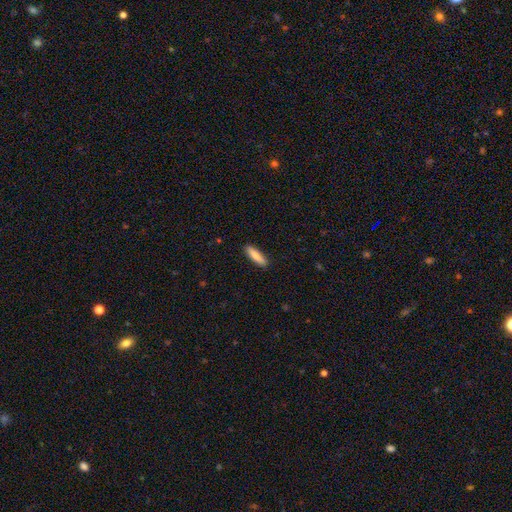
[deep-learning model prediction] Smooth or featured?
  - smooth: 83% *
  - featured or disk: 12%
  - star or artifact: 6%
How rounded?
  - cigar-shaped: 68% *
  - in between: 31%
  - round: 2%
Merging?
  - none: 90% *
  - minor disturbance: 8%
  - major disturbance: 2%
  - merger: 1%